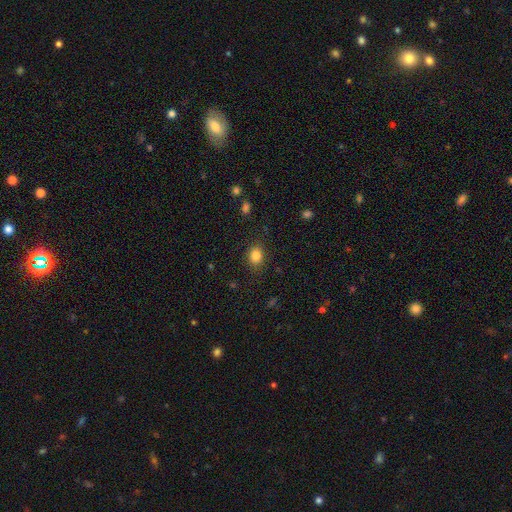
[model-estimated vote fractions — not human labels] This is clearly a smooth galaxy (84%). How rounded: possibly in between (51%). Merging: clearly none (84%).